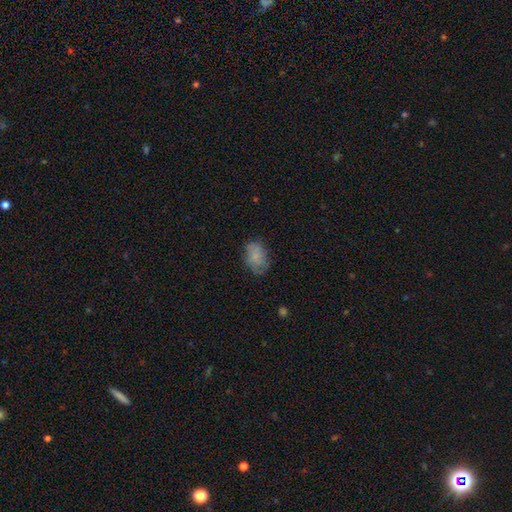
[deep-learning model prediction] Q: Smooth or featured?
A: smooth (67%); runner-up: featured or disk (23%)
Q: How rounded?
A: in between (83%); runner-up: round (16%)
Q: Merging?
A: none (66%); runner-up: minor disturbance (24%)